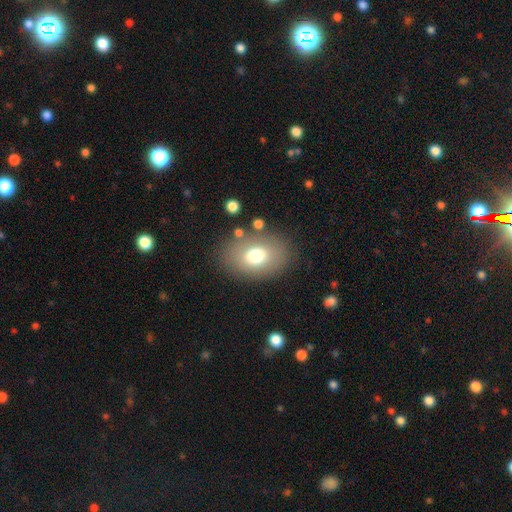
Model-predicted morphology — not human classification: type=smooth (72%); roundness=in between (79%); merging=none (80%).